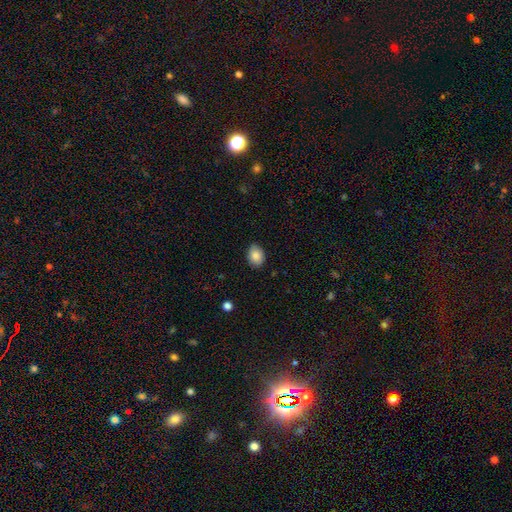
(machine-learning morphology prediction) This appears to be a smooth galaxy with no disk features (86%) that is in between round and cigar-shaped (65%). Merging: none (85%).